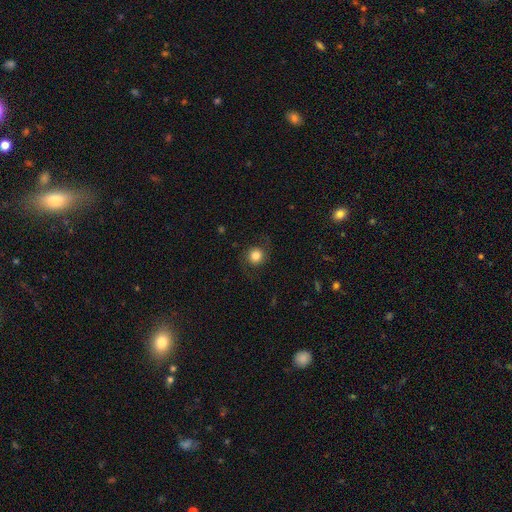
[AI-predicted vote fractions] smooth 67%, featured or disk 23%, star or artifact 10%. Down the decision tree: how rounded — round (91%); merging — none (80%).